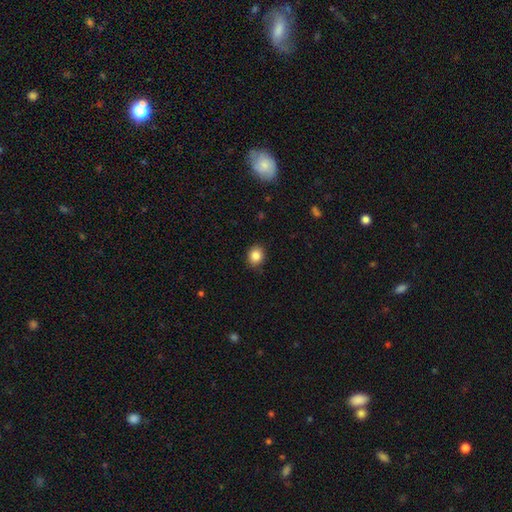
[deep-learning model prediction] The model was most divided on "how rounded": round: 66%, in between: 33%, cigar-shaped: 1%. More confident: smooth or featured — smooth (85%); merging — none (84%).